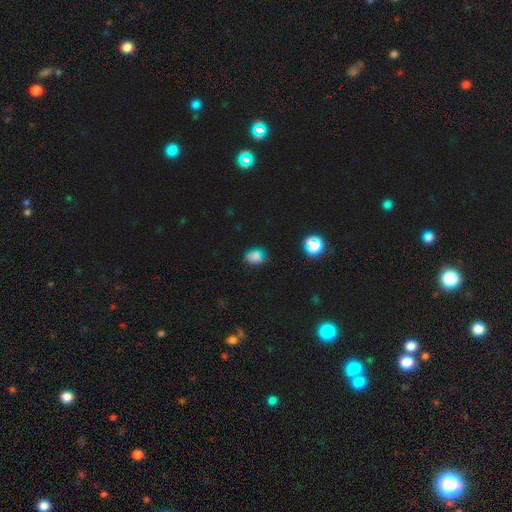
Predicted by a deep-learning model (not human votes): A smooth galaxy with no disk features (57%) that is in between round and cigar-shaped (62%).

Vote fractions:
- Smooth or featured? smooth: 57% / star or artifact: 28% / featured or disk: 15%
- How rounded? in between: 62% / round: 36% / cigar-shaped: 1%
- Merging? none: 60% / minor disturbance: 26% / major disturbance: 10% / merger: 4%